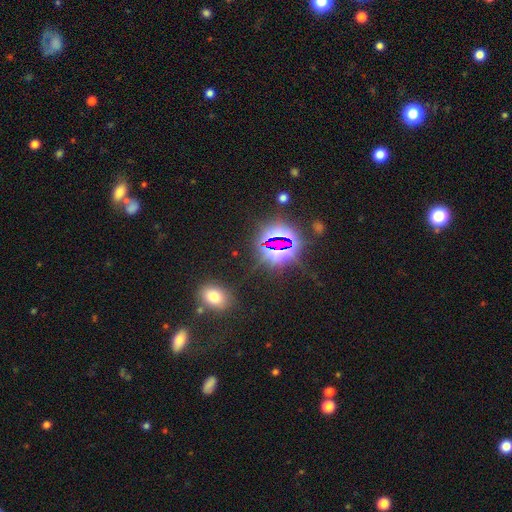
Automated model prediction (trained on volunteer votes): This is likely a star or artifact rather than a galaxy (72%).